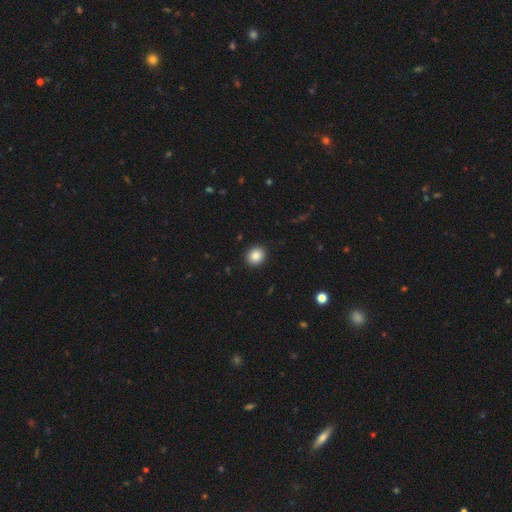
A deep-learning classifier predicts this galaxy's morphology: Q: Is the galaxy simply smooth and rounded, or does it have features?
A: smooth — 86%.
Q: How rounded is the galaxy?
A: round — 76%.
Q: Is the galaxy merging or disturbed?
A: none — 92%.